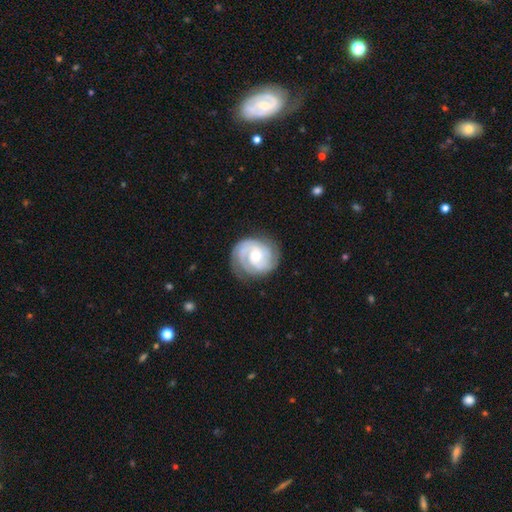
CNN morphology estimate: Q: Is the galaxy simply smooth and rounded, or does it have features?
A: featured or disk — 86%.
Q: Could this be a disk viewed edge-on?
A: no — 98%.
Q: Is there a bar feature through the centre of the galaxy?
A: no — 66%.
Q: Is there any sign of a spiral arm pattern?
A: yes — 96%.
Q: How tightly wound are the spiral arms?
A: tight — 68%.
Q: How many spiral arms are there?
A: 2 — 48%.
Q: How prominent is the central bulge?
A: moderate — 51%.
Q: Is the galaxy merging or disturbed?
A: none — 77%.